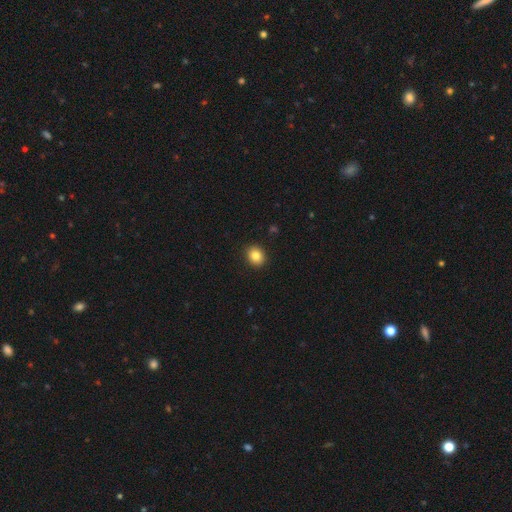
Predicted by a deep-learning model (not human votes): The model was most divided on "how rounded": round: 70%, in between: 29%, cigar-shaped: 1%. More confident: merging — none (91%); smooth or featured — smooth (85%).